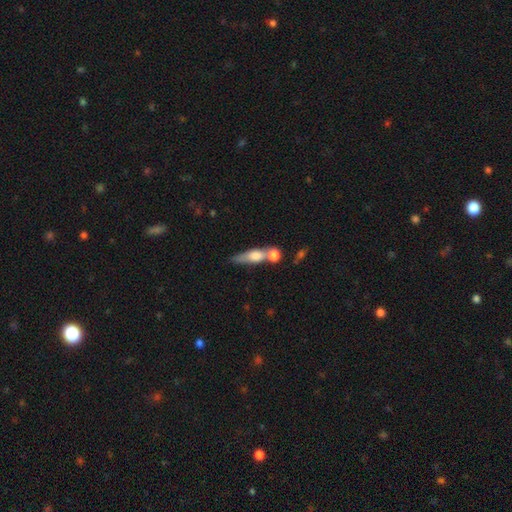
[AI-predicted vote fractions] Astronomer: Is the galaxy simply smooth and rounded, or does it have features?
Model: smooth — 61%.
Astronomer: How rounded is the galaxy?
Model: cigar-shaped — 51% (runner-up: in between, 38%).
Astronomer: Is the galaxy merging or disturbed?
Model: merger — 49% (runner-up: none, 30%).